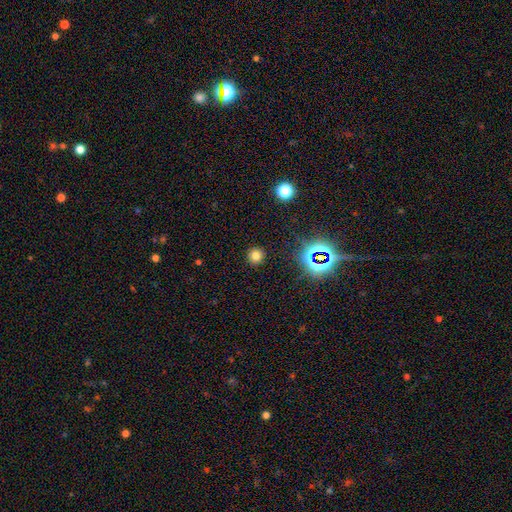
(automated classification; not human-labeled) Overall: smooth (73%). How rounded: round (93%). Merging: none (91%).